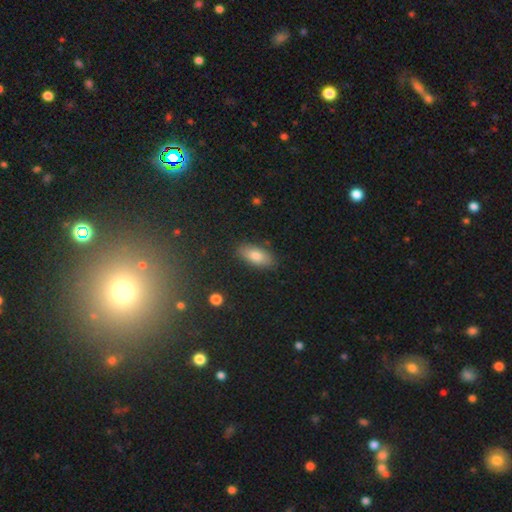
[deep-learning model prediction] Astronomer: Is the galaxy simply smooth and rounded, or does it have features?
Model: smooth — 78%.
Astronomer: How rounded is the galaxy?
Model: in between — 86%.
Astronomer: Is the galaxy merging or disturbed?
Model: none — 86%.